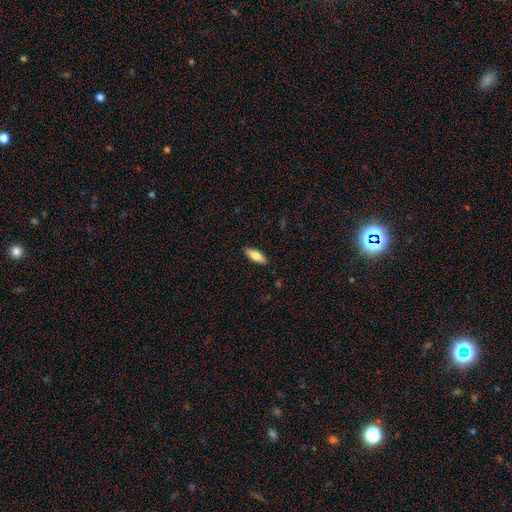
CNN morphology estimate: This is likely a smooth galaxy (74%). How rounded: likely in between (61%). Merging: clearly none (89%).